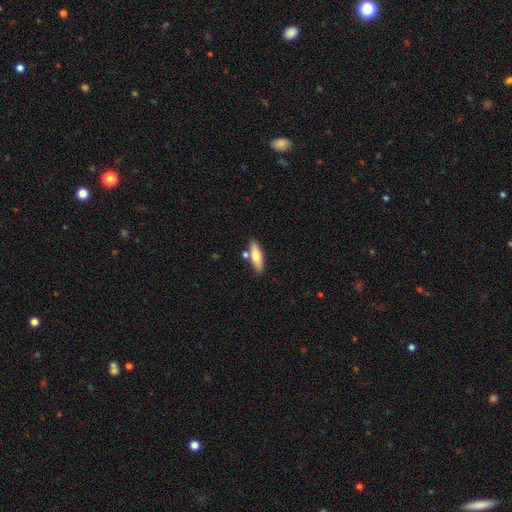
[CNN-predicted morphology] A smooth galaxy with no disk features (67%) that is cigar-shaped (57%). Merging: none (74%).